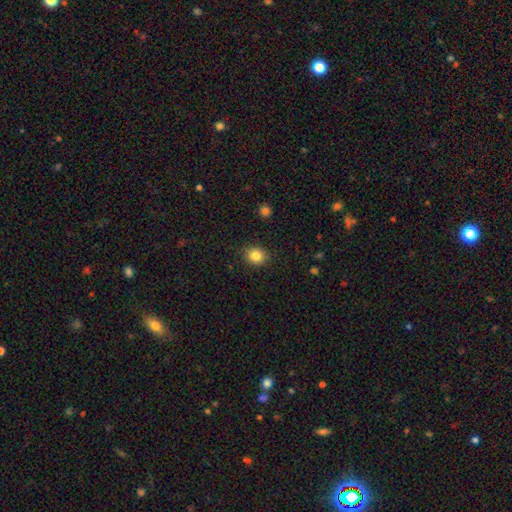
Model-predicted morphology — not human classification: smooth 85%, star or artifact 10%, featured or disk 5%. Down the decision tree: how rounded — round (73%); merging — none (88%).